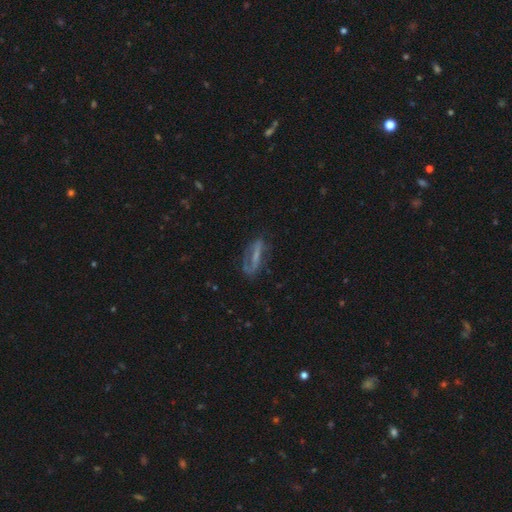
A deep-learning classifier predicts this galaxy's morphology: featured or disk 60%, smooth 28%, star or artifact 12%. Down the decision tree: edge-on disk — no (73%); merging — none (62%).